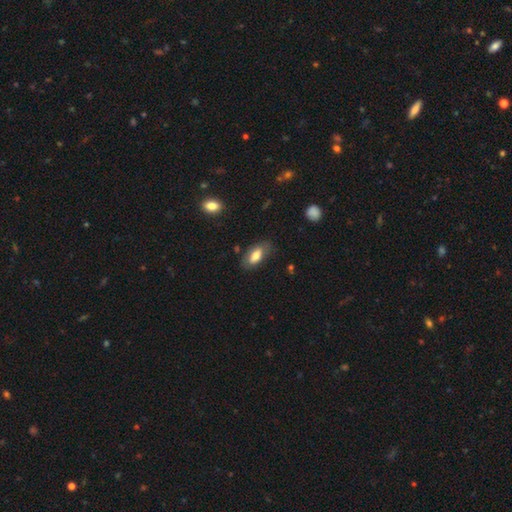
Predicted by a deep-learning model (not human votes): Smooth or featured: smooth — 73% (featured or disk — 21%)
How rounded: in between — 87% (cigar-shaped — 10%)
Merging: none — 74% (minor disturbance — 19%)